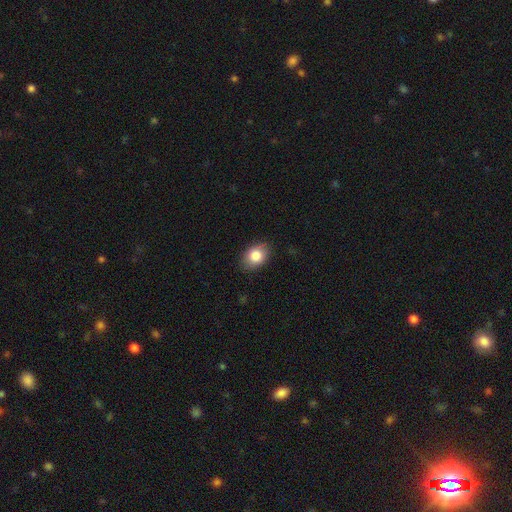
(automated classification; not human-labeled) Smooth or featured: smooth — 83% (featured or disk — 9%)
How rounded: in between — 73% (round — 26%)
Merging: none — 83% (minor disturbance — 13%)